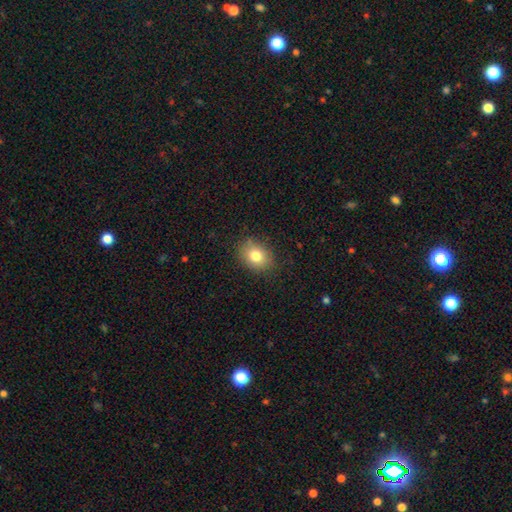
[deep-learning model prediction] A smooth galaxy with no disk features (80%) that is in between round and cigar-shaped (56%). Merging: none (84%).